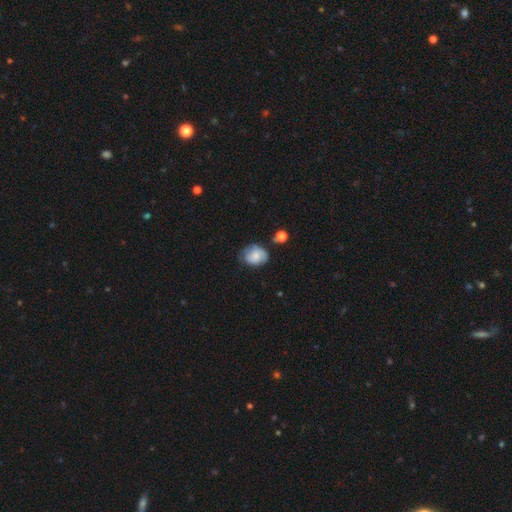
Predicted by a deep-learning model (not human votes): Smooth or featured: smooth — 64% (featured or disk — 28%)
How rounded: in between — 51% (round — 48%)
Merging: none — 61% (minor disturbance — 29%)